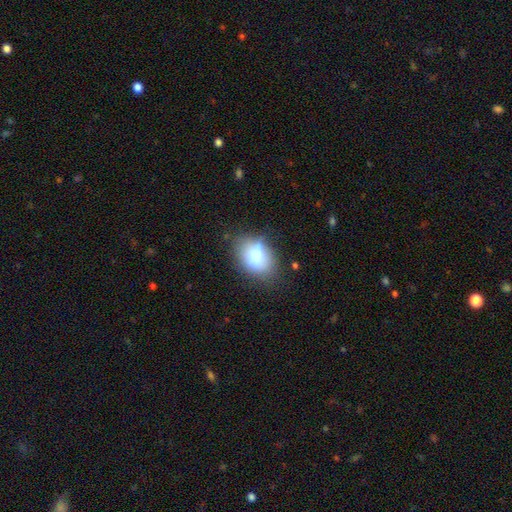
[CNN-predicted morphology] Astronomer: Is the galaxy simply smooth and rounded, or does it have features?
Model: smooth — 76%.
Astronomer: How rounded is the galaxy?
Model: in between — 79%.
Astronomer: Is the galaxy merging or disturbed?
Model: none — 64%.